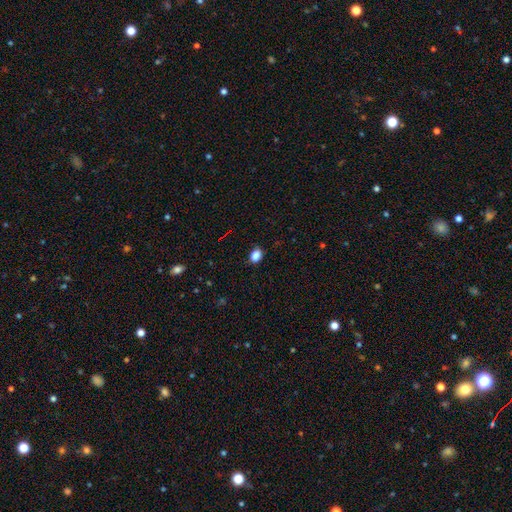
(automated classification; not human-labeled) A smooth galaxy with no disk features (85%) that is in between round and cigar-shaped (66%).

Vote fractions:
- Smooth or featured? smooth: 85% / star or artifact: 11% / featured or disk: 4%
- How rounded? in between: 66% / round: 33% / cigar-shaped: 1%
- Merging? none: 84% / minor disturbance: 12% / major disturbance: 2% / merger: 1%